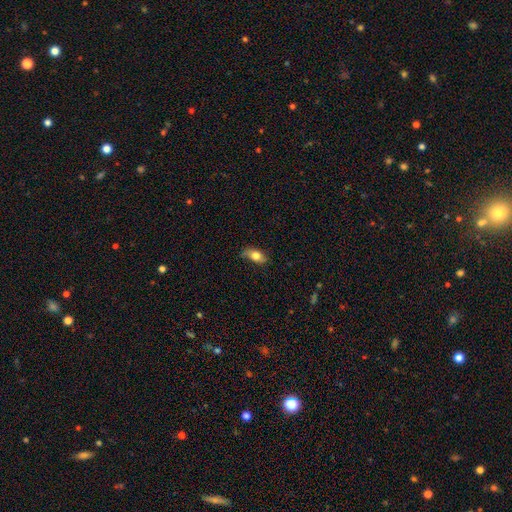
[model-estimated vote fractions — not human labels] smooth-or-featured: smooth: 73% | featured or disk: 20% | star or artifact: 8%
  how-rounded: in between: 84% | cigar-shaped: 8% | round: 7%
  merging: none: 61% | minor disturbance: 29% | major disturbance: 8% | merger: 2%